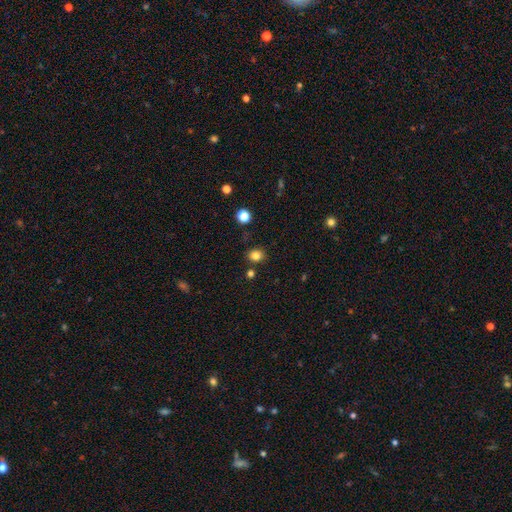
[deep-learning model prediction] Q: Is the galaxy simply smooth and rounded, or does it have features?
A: smooth — 81%.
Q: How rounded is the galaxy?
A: round — 69%.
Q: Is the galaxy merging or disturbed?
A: none — 84%.